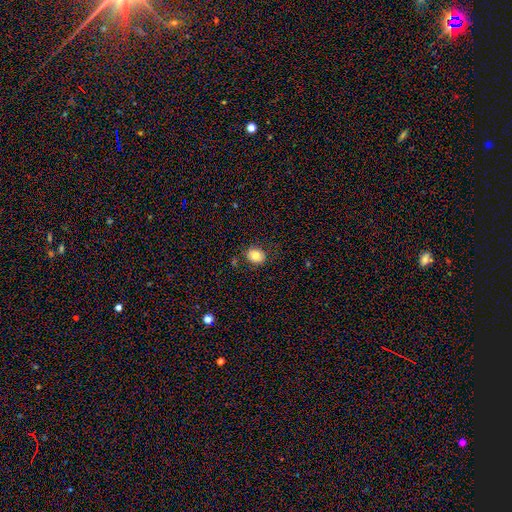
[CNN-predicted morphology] Smooth or featured? Predicted: smooth (p=0.80). How rounded? Predicted: round (p=0.62). Merging? Predicted: none (p=0.84).